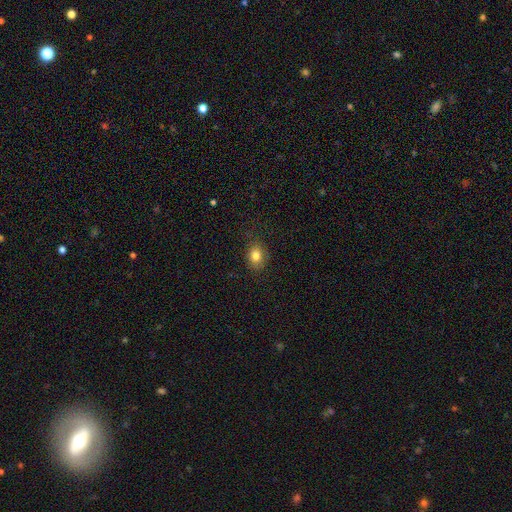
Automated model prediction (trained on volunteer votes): Overall: smooth (82%). How rounded: in between (57%; round 42%). Merging: none (82%).